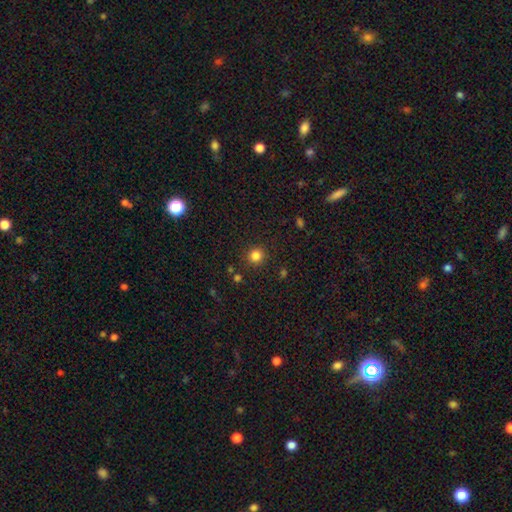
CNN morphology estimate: Smooth or featured? Predicted: smooth (p=0.83). How rounded? Predicted: round (p=0.92). Merging? Predicted: none (p=0.89).